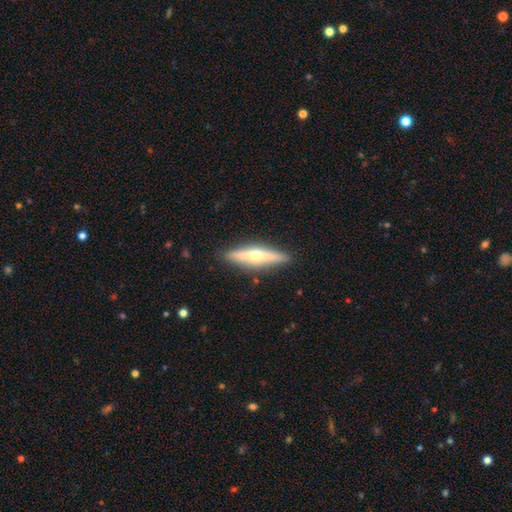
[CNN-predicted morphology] Overall: featured or disk (65%; smooth 29%). Edge-on disk: yes (95%). Edge-on bulge: rounded (92%). Merging: none (90%).